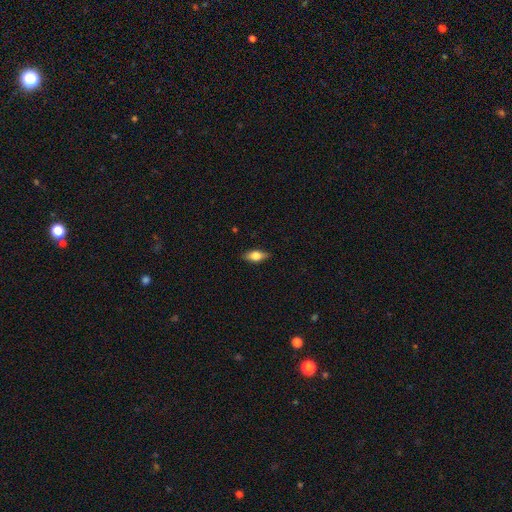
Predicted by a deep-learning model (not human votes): Q: Smooth or featured?
A: smooth (70%); runner-up: featured or disk (23%)
Q: How rounded?
A: in between (80%); runner-up: cigar-shaped (16%)
Q: Merging?
A: none (86%); runner-up: minor disturbance (11%)